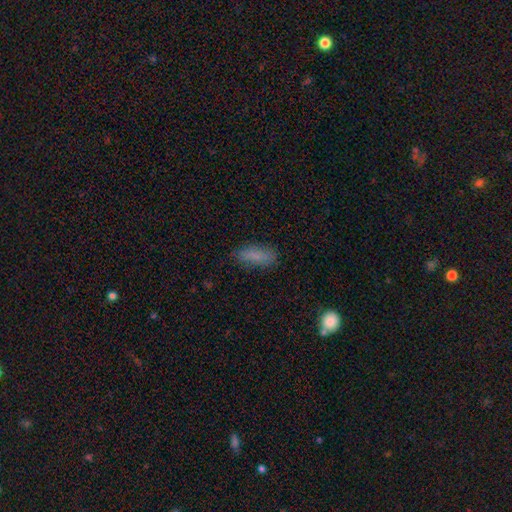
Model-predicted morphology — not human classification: smooth-or-featured: smooth: 82% | featured or disk: 10% | star or artifact: 9%
  how-rounded: in between: 66% | cigar-shaped: 31% | round: 3%
  merging: none: 78% | minor disturbance: 16% | major disturbance: 4% | merger: 2%